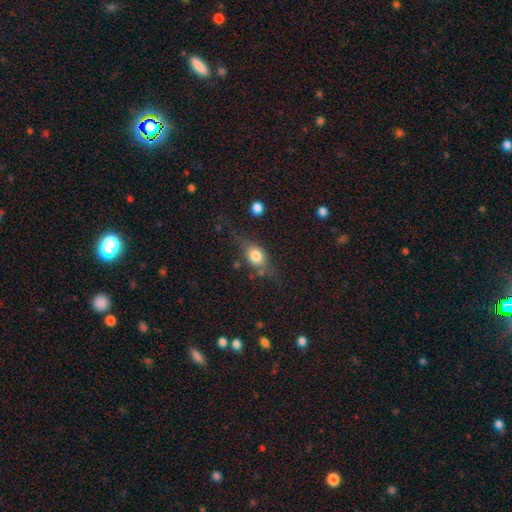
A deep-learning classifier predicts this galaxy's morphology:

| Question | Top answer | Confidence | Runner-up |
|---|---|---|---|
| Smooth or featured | smooth | 63% | featured or disk (28%) |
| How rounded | in between | 57% | round (34%) |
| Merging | none | 59% | minor disturbance (24%) |